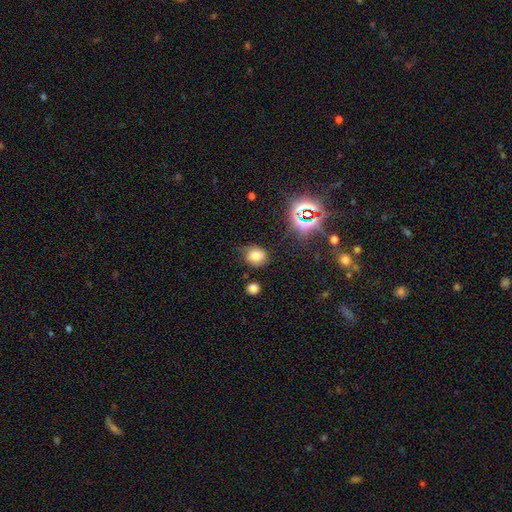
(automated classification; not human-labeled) A smooth galaxy with no disk features (66%) that is round (62%).

Vote fractions:
- Smooth or featured? smooth: 66% / star or artifact: 18% / featured or disk: 17%
- How rounded? round: 62% / in between: 37% / cigar-shaped: 1%
- Merging? none: 61% / minor disturbance: 27% / major disturbance: 9% / merger: 3%